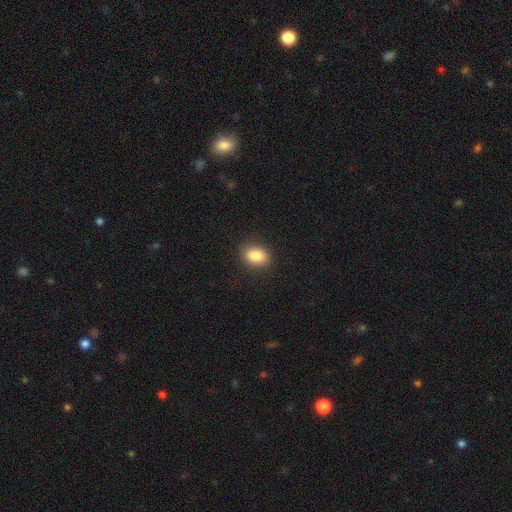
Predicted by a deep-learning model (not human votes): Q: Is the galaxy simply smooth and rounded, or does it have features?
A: smooth — 86%.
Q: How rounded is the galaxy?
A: in between — 75%.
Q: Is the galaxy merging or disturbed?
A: none — 88%.